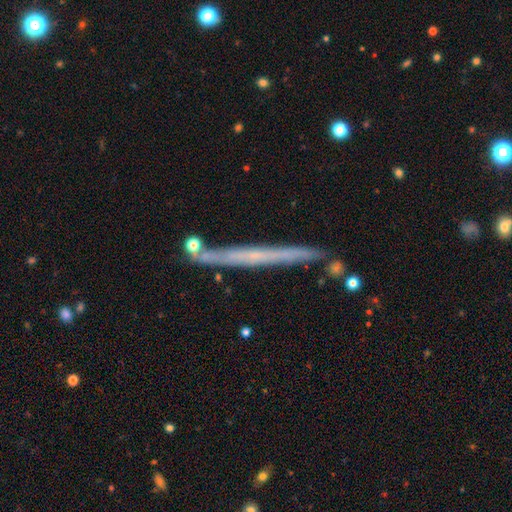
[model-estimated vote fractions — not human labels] A featured or disk galaxy (62%) viewed edge-on (96%) with no central bulge (85%). Merging: none (85%).